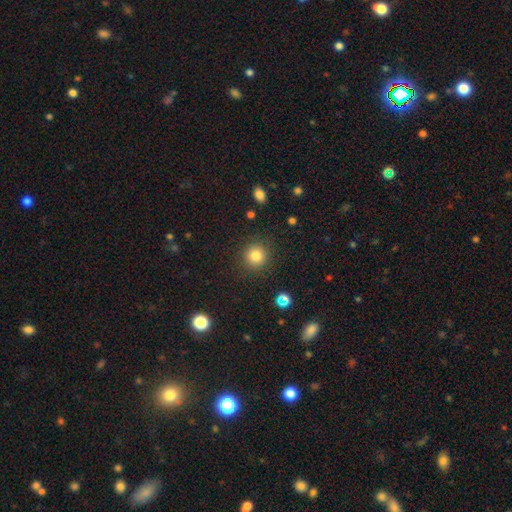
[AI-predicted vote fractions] A smooth galaxy with no disk features (82%) that is round (93%).

Vote fractions:
- Smooth or featured? smooth: 82% / star or artifact: 13% / featured or disk: 5%
- How rounded? round: 93% / in between: 6% / cigar-shaped: 1%
- Merging? none: 88% / minor disturbance: 7% / major disturbance: 3% / merger: 2%